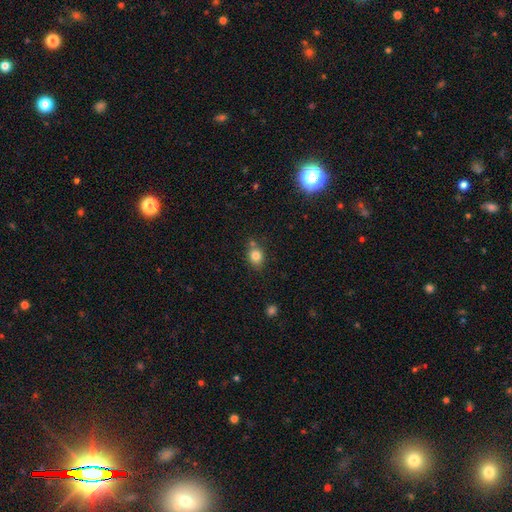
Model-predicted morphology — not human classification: This appears to be a smooth galaxy with no disk features (82%) that is round (56%). Merging: none (69%).